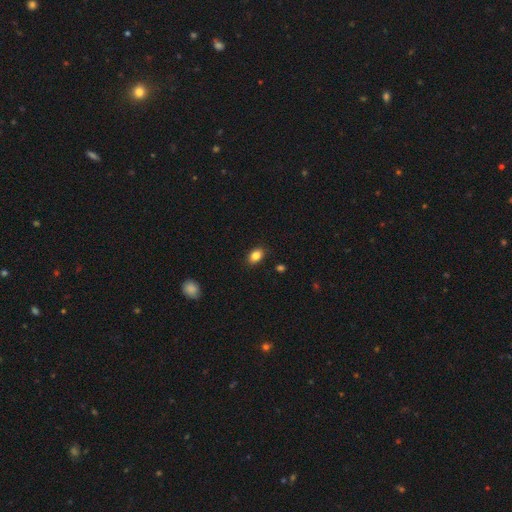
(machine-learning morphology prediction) This is clearly a smooth galaxy (84%). How rounded: clearly in between (81%). Merging: clearly none (88%).